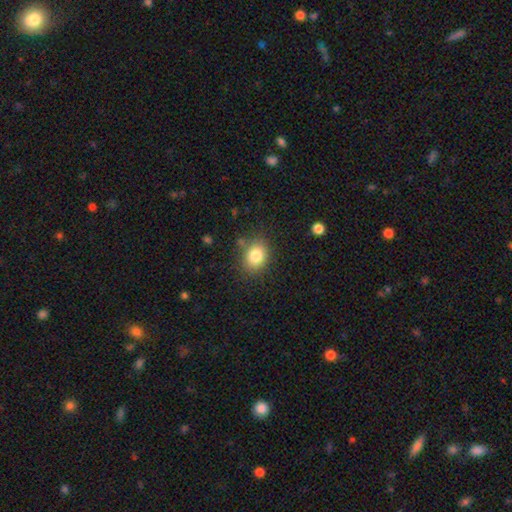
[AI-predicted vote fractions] Smooth or featured? smooth (83%)
How rounded? round (50%)
Merging? none (80%)